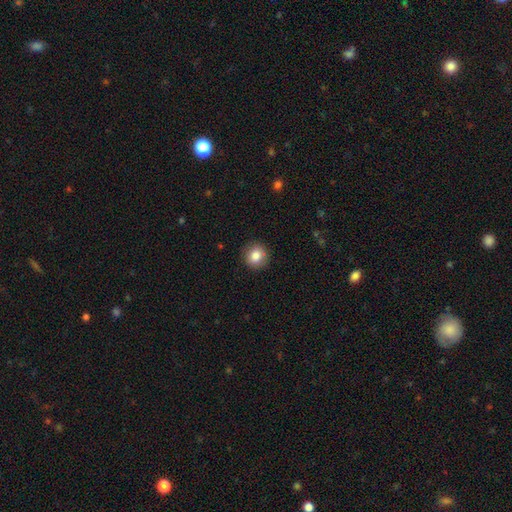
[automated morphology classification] The model was most divided on "smooth or featured": smooth: 84%, star or artifact: 9%, featured or disk: 7%. More confident: merging — none (91%); how rounded — round (88%).